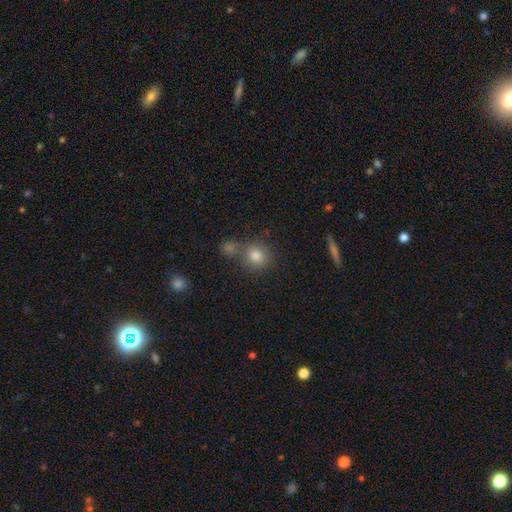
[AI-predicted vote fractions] The model was most divided on "merging": none: 62%, merger: 24%, minor disturbance: 10%, major disturbance: 4%. More confident: how rounded — round (80%); smooth or featured — smooth (80%).